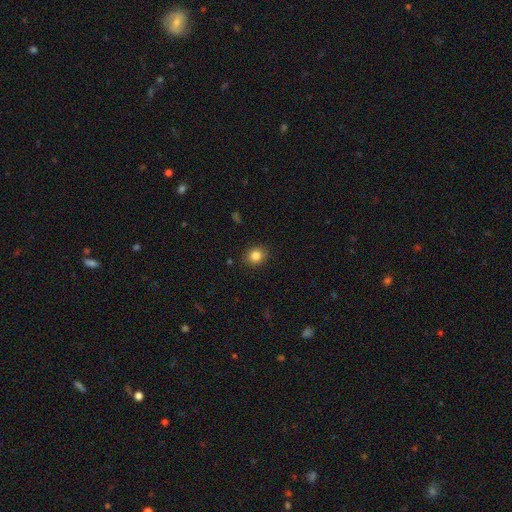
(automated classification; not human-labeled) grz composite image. It shows a smooth galaxy with no disk features (84%) that is round (73%). Merging: none (87%).